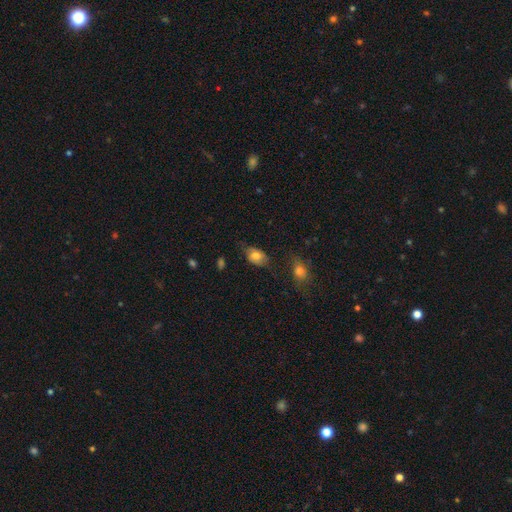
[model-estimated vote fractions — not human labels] Morphology: type=smooth (75%); roundness=in between (83%); merging=none (61%).